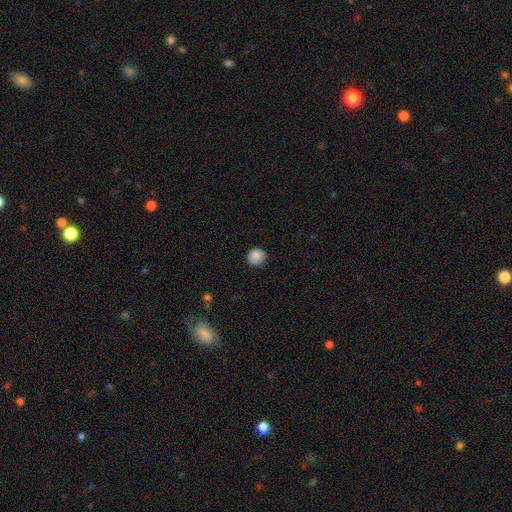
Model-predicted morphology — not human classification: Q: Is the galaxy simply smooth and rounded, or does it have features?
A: smooth — 86%.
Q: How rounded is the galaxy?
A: round — 86%.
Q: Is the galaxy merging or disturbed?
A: none — 83%.